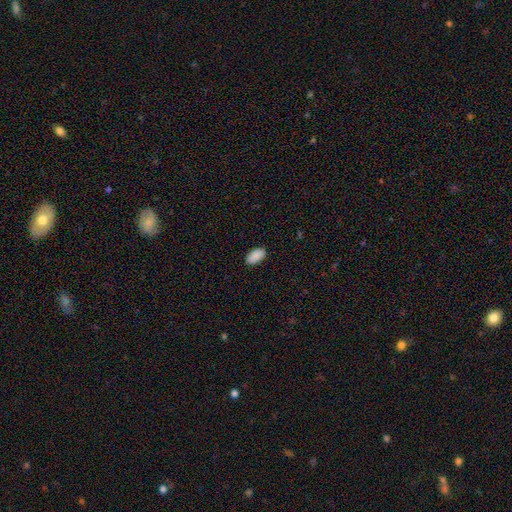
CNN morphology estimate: smooth-or-featured: smooth: 89% | star or artifact: 7% | featured or disk: 4%
  how-rounded: in between: 95% | round: 4% | cigar-shaped: 2%
  merging: none: 87% | minor disturbance: 10% | major disturbance: 2% | merger: 1%